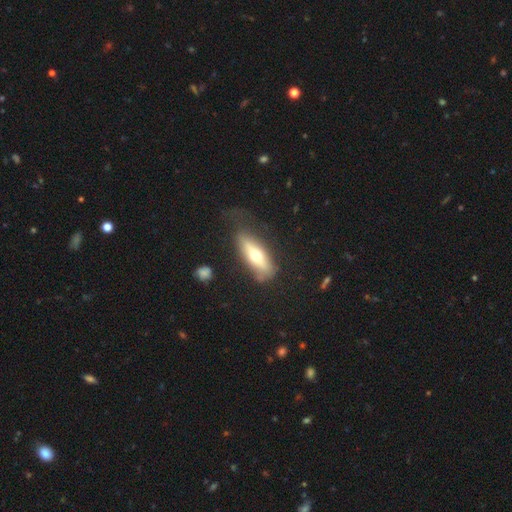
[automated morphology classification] Overall: smooth (49%; featured or disk 45%). Merging: none (55%; minor disturbance 25%).